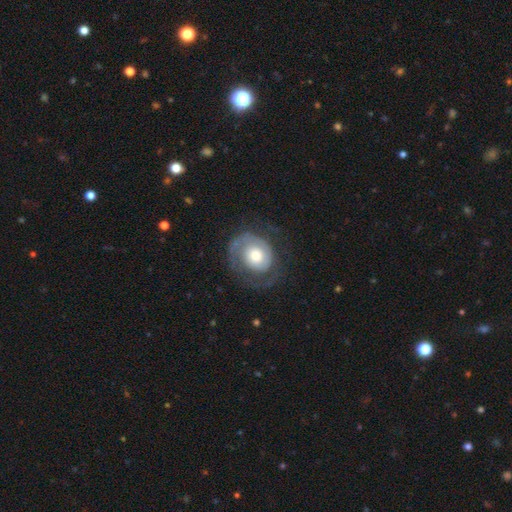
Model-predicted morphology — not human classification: The model was most divided on "smooth or featured": featured or disk: 62%, smooth: 32%, star or artifact: 6%. More confident: edge-on disk — no (97%); bar — no (83%); spiral arms — yes (75%); bulge size — moderate (59%); merging — none (55%).